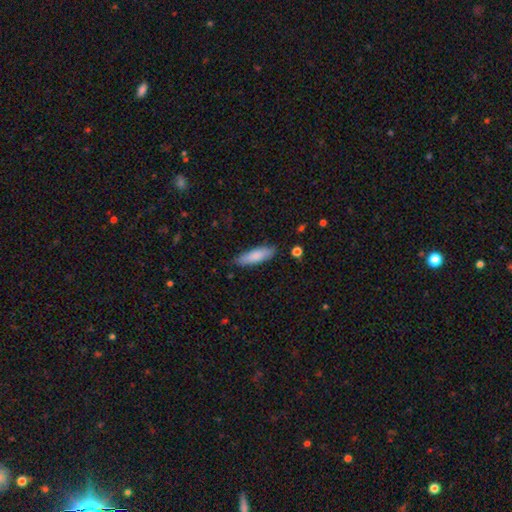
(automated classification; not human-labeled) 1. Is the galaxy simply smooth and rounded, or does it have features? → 82% smooth, 12% featured or disk, 6% star or artifact.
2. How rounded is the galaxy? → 55% cigar-shaped, 44% in between, 2% round.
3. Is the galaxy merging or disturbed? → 83% none, 13% minor disturbance, 2% major disturbance, 2% merger.